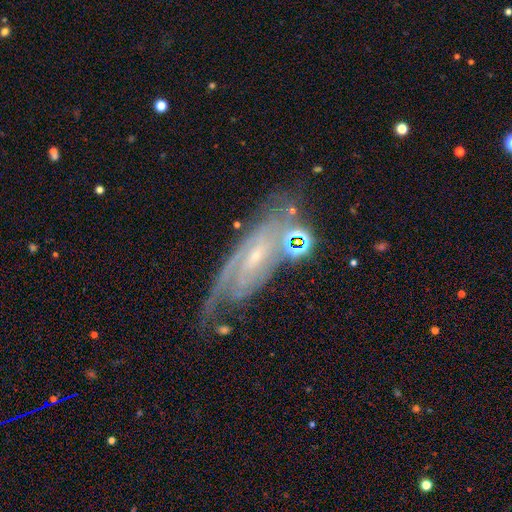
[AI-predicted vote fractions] Smooth or featured? Predicted: featured or disk (p=0.84). Edge-on disk? Predicted: no (p=0.88). Bar? Predicted: weak (p=0.42). Spiral arms? Predicted: yes (p=0.94). Spiral winding? Predicted: tight (p=0.55). Spiral arm count? Predicted: 2 (p=0.40). Bulge size? Predicted: small (p=0.78). Merging? Predicted: none (p=0.57).